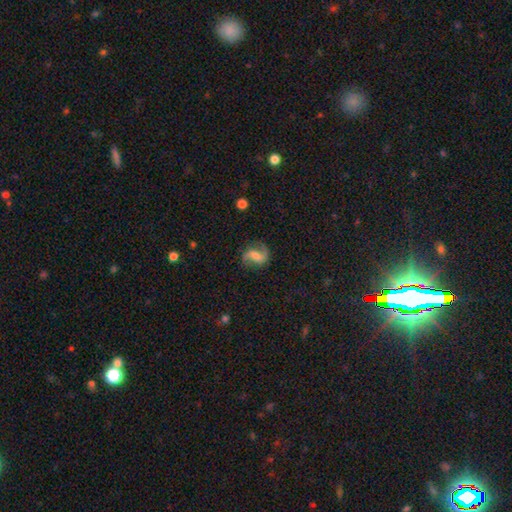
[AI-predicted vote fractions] This is likely a featured or disk galaxy (78%). It is clearly not viewed edge-on (98%). Bar: possibly weak (46%). Spiral arm pattern: clearly yes (95%). Spiral arm count: clearly 2 (91%). Spiral winding: possibly loose (53%). Central bulge: marginally small (37%, tied with moderate). Merging: likely none (77%).